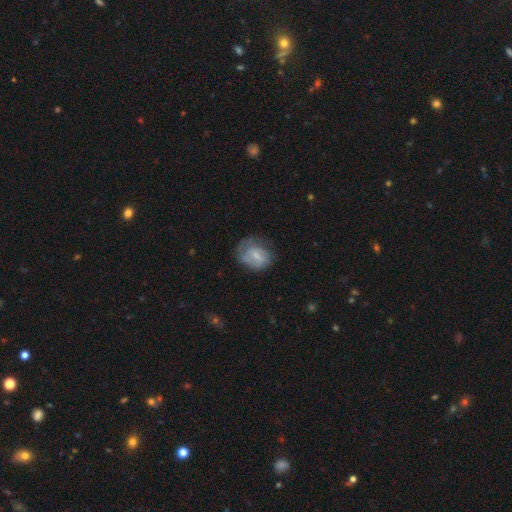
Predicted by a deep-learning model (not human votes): Smooth or featured?
  - smooth: 56% *
  - featured or disk: 37%
  - star or artifact: 8%
How rounded?
  - in between: 58% *
  - round: 41%
  - cigar-shaped: 1%
Merging?
  - none: 47% *
  - minor disturbance: 30%
  - major disturbance: 21%
  - merger: 2%